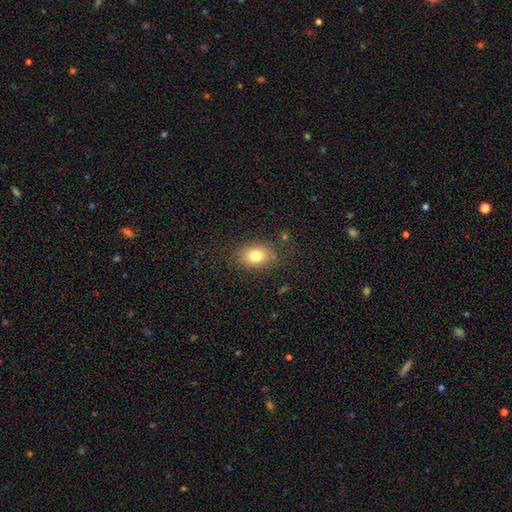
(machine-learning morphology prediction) smooth 79%, star or artifact 11%, featured or disk 10%. Down the decision tree: how rounded — in between (67%); merging — none (80%).